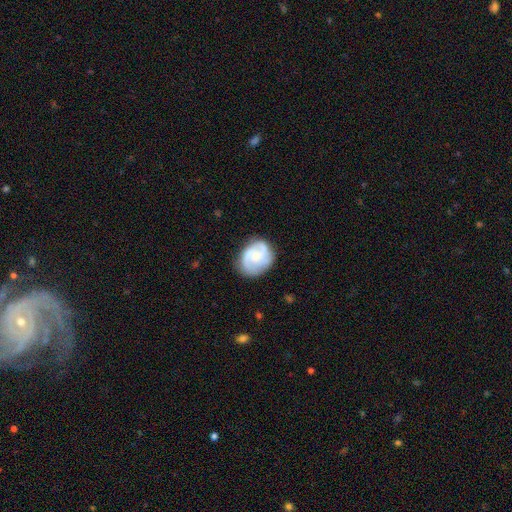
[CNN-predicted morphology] smooth_or_featured: featured or disk (p=0.63) [alt: smooth p=0.31]
disk_edge_on: no (p=0.98) [alt: yes p=0.02]
bar: no (p=0.69) [alt: weak p=0.26]
has_spiral_arms: yes (p=0.90) [alt: no p=0.10]
spiral_winding: medium (p=0.45) [alt: tight p=0.35]
spiral_arm_count: 2 (p=0.36) [alt: 3 p=0.34]
bulge_size: small (p=0.55) [alt: moderate p=0.25]
merging: none (p=0.70) [alt: minor disturbance p=0.21]